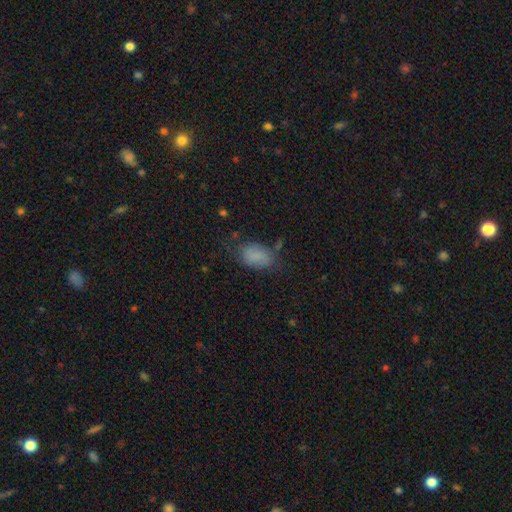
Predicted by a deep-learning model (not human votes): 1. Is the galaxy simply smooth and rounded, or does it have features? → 80% smooth, 10% star or artifact, 9% featured or disk.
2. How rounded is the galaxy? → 90% in between, 9% round, 2% cigar-shaped.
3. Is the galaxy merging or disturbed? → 58% none, 28% minor disturbance, 11% major disturbance, 3% merger.